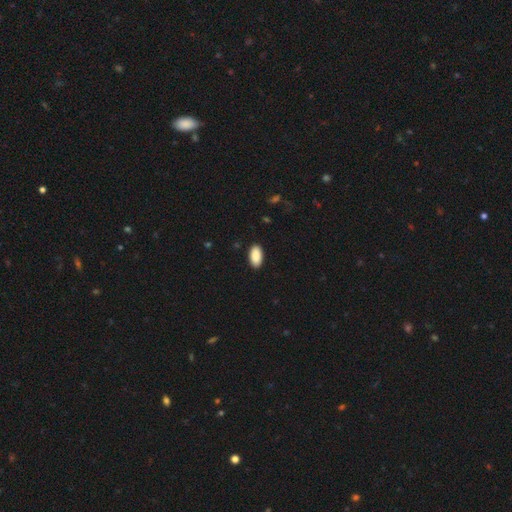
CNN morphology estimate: Overall: smooth (90%). How rounded: in between (95%). Merging: none (89%).